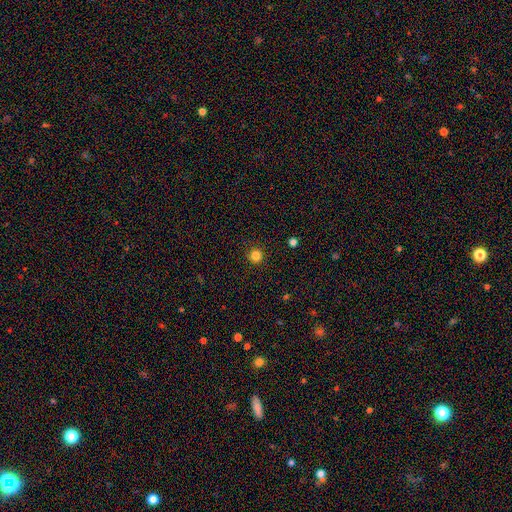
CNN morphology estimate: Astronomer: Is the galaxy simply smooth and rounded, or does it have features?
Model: smooth — 83%.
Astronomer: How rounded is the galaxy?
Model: round — 96%.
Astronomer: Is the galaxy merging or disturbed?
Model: none — 93%.